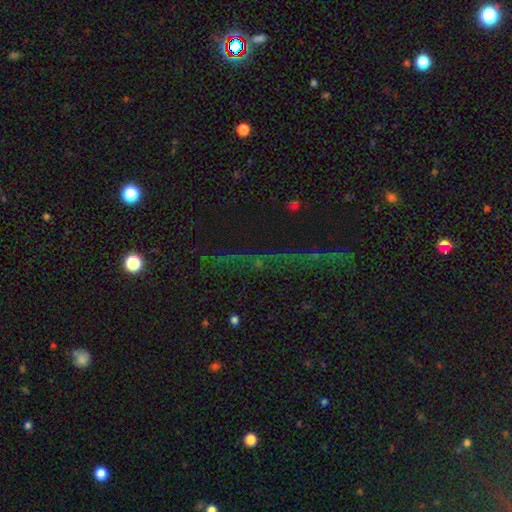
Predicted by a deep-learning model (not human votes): Morphology: type=star or artifact (71%).